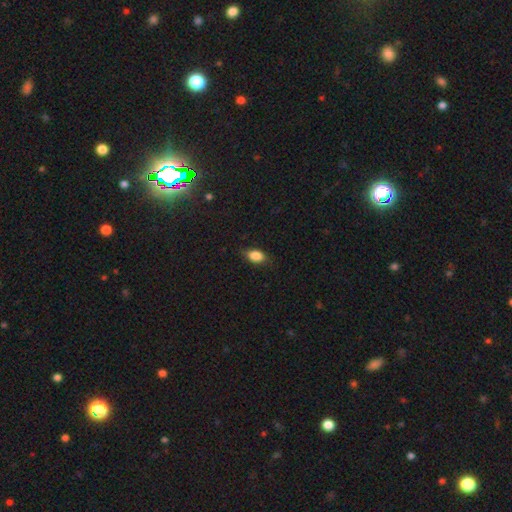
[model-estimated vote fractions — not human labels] smooth-or-featured: smooth: 86% | star or artifact: 8% | featured or disk: 6%
  how-rounded: in between: 86% | round: 10% | cigar-shaped: 4%
  merging: none: 79% | minor disturbance: 17% | major disturbance: 3% | merger: 1%